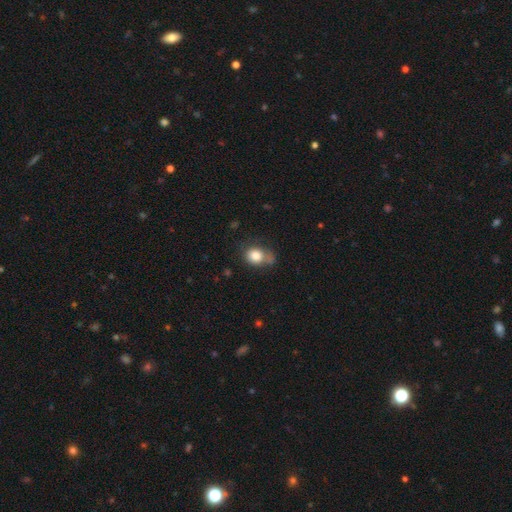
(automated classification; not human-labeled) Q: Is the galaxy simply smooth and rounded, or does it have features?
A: smooth — 81%.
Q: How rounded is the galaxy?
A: round — 54%.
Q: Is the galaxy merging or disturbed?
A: none — 46%.